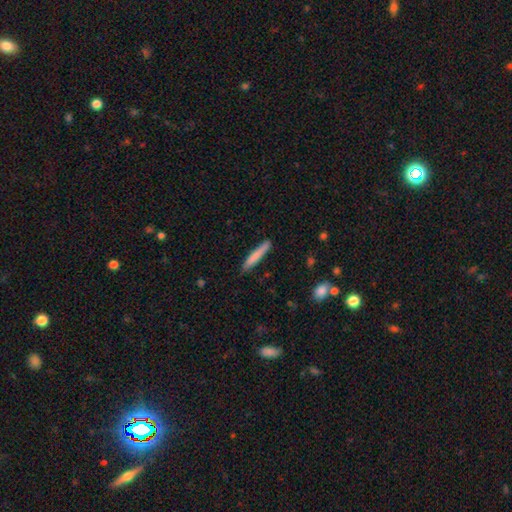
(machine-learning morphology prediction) Q: Smooth or featured?
A: smooth (76%); runner-up: featured or disk (18%)
Q: How rounded?
A: cigar-shaped (94%); runner-up: in between (4%)
Q: Merging?
A: none (85%); runner-up: minor disturbance (11%)